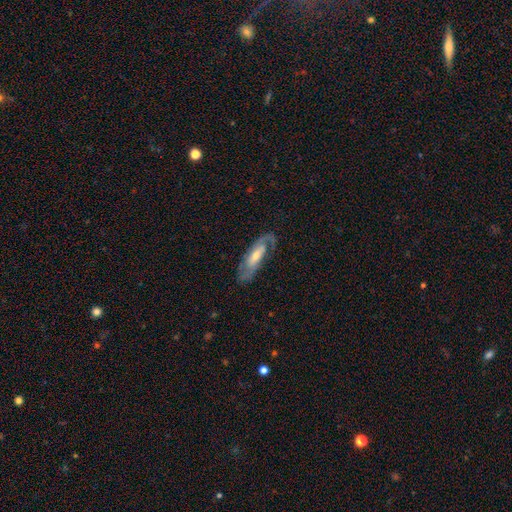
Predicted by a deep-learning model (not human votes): The model was most divided on "spiral winding": medium: 43%, tight: 41%, loose: 16%. Remaining: spiral arms — yes (89%); edge-on disk — no (86%); smooth or featured — featured or disk (77%); merging — none (73%); spiral arm count — 2 (68%); bulge size — moderate (54%); bar — no (44%).